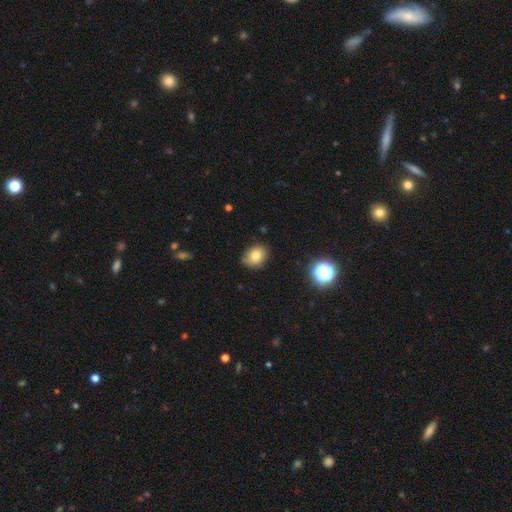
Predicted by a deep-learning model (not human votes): smooth-or-featured: smooth: 77% | star or artifact: 12% | featured or disk: 11%
  how-rounded: in between: 53% | round: 46% | cigar-shaped: 1%
  merging: none: 79% | minor disturbance: 17% | major disturbance: 3% | merger: 1%